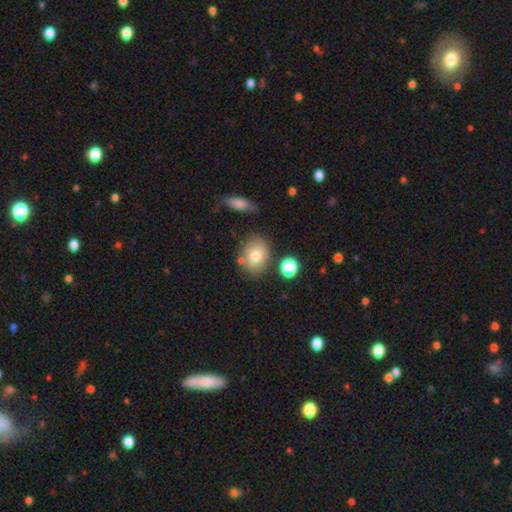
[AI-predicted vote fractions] Smooth or featured? Predicted: smooth (p=0.77). How rounded? Predicted: in between (p=0.55). Merging? Predicted: none (p=0.74).